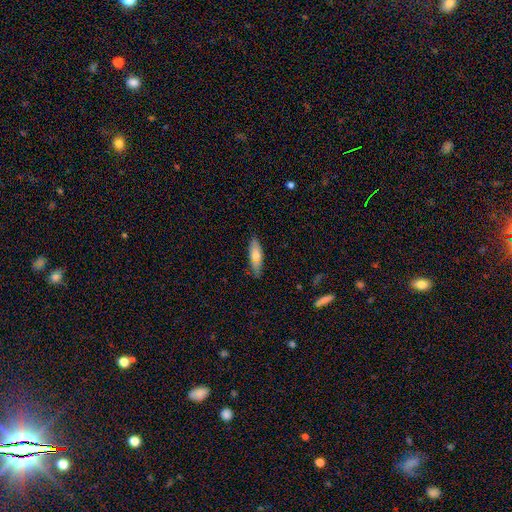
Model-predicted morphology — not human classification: Smooth or featured? smooth (72%)
How rounded? in between (51%)
Merging? none (79%)